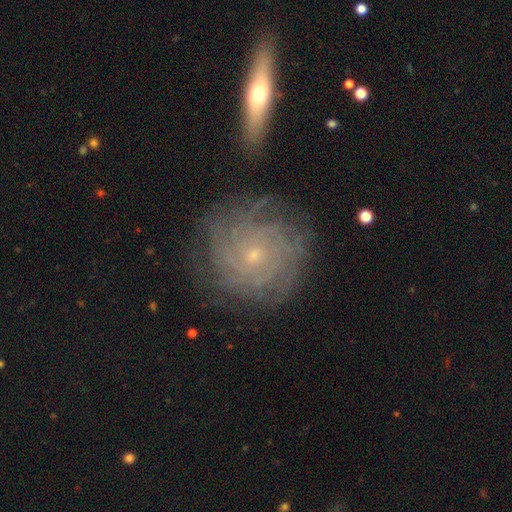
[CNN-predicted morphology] A featured or disk galaxy (75%) with no bar (82%), tight (77%) spiral arms (91%) and a small central bulge (82%). Merging: none (79%).